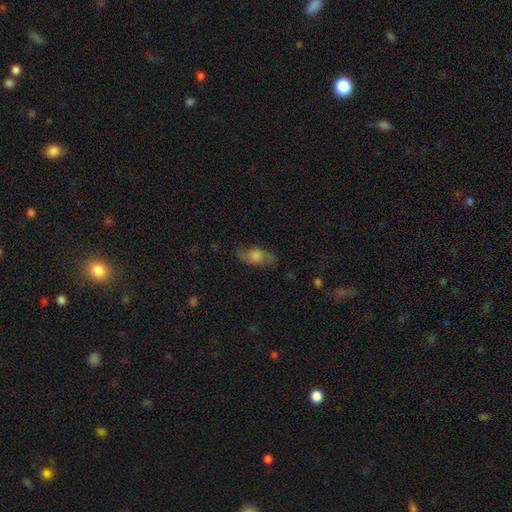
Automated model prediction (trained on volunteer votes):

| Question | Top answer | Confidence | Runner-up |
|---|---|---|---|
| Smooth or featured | smooth | 48% | featured or disk (42%) |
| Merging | none | 77% | minor disturbance (16%) |